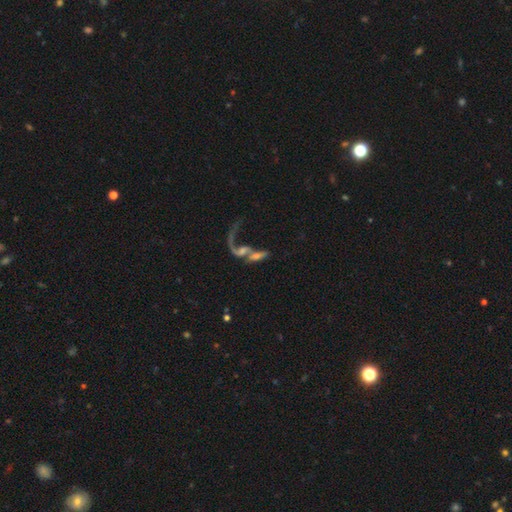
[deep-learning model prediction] Smooth or featured: featured or disk — 63% (smooth — 25%)
Edge-on disk: no — 83% (yes — 17%)
Bar: no — 64% (weak — 25%)
Spiral arms: yes — 57% (no — 43%)
Bulge size: small — 33% (none — 31%)
Merging: merger — 59% (major disturbance — 19%)